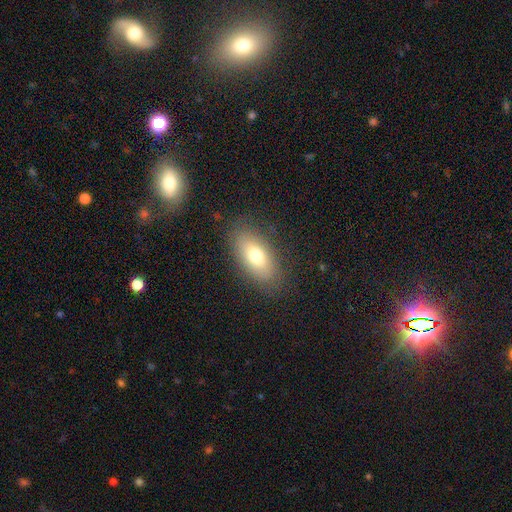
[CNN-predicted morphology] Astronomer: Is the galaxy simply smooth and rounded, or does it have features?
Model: smooth — 73%.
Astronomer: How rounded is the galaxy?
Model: in between — 87%.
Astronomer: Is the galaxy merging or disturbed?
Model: none — 83%.